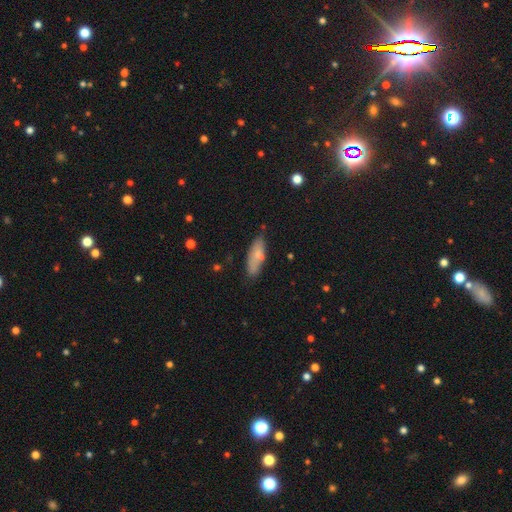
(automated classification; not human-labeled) smooth_or_featured: smooth (p=0.69) [alt: featured or disk p=0.21]
how_rounded: in between (p=0.56) [alt: cigar-shaped p=0.41]
merging: none (p=0.73) [alt: minor disturbance p=0.19]